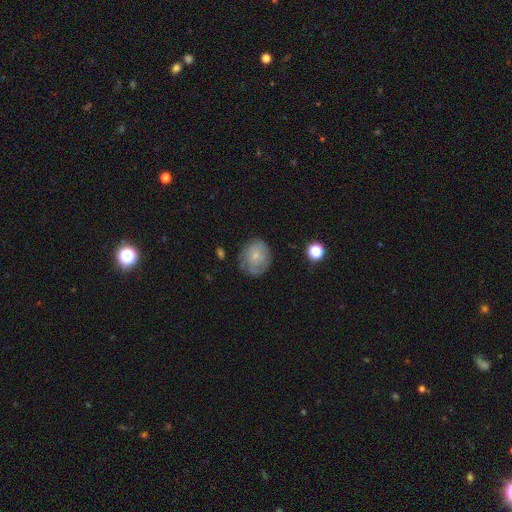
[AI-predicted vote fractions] Smooth or featured: smooth — 55% (featured or disk — 36%)
How rounded: round — 68% (in between — 31%)
Merging: none — 66% (minor disturbance — 23%)